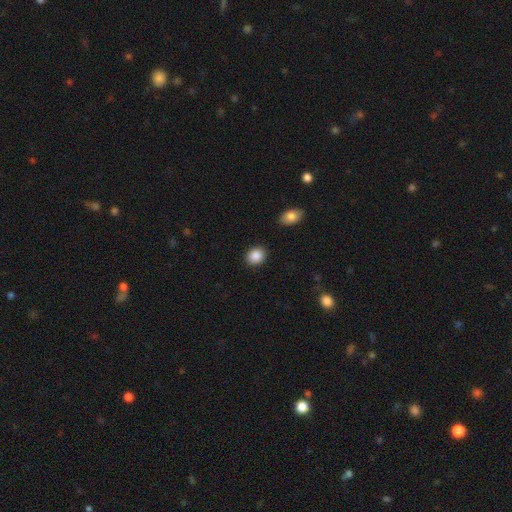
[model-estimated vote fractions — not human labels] Smooth or featured? smooth (88%)
How rounded? round (62%)
Merging? none (88%)